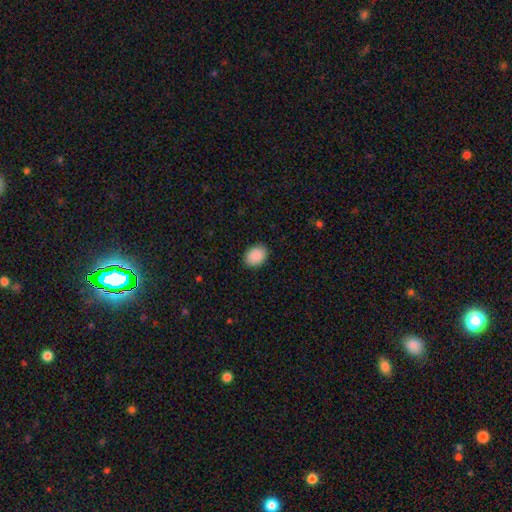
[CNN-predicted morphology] A smooth galaxy with no disk features (91%) that is in between round and cigar-shaped (67%).

Vote fractions:
- Smooth or featured? smooth: 91% / star or artifact: 7% / featured or disk: 2%
- How rounded? in between: 67% / round: 32% / cigar-shaped: 1%
- Merging? none: 90% / minor disturbance: 8% / major disturbance: 2% / merger: 1%